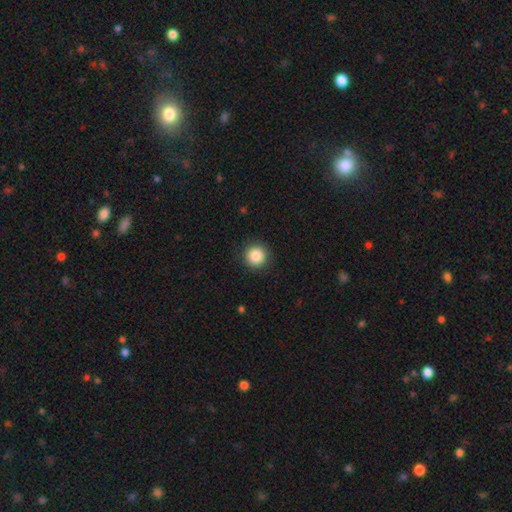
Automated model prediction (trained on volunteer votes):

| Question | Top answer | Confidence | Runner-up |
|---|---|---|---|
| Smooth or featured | smooth | 86% | star or artifact (9%) |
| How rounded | round | 95% | in between (4%) |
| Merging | none | 91% | minor disturbance (6%) |